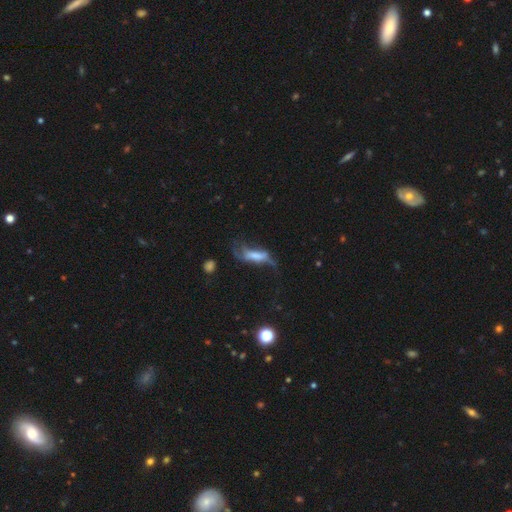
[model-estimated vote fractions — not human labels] This is possibly a featured or disk galaxy (46%). Merging: possibly major disturbance (47%).